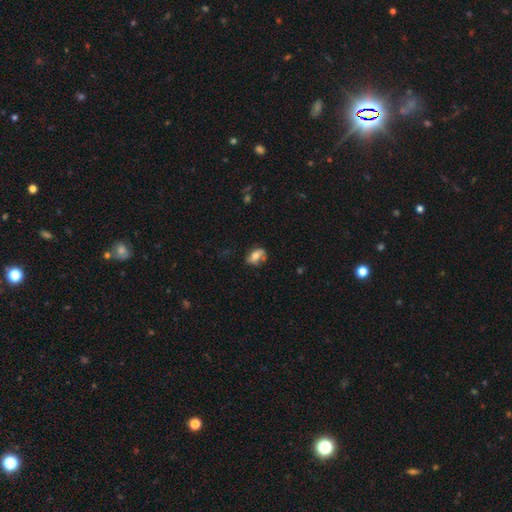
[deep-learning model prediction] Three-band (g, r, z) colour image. It shows a smooth galaxy with no disk features (58%) that is in between round and cigar-shaped (81%). Merging: none (56%).